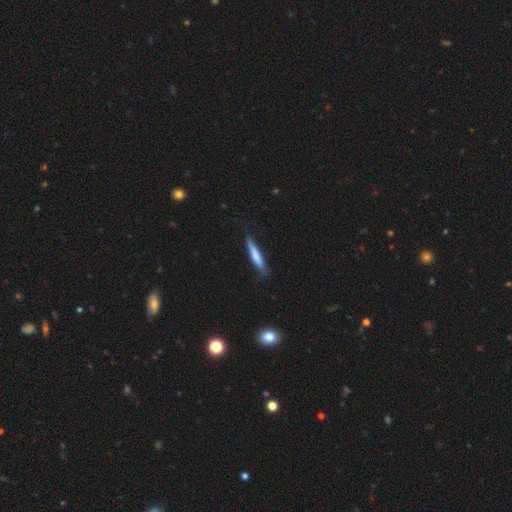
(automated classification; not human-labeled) Q: Smooth or featured?
A: smooth (74%); runner-up: featured or disk (20%)
Q: How rounded?
A: cigar-shaped (90%); runner-up: in between (8%)
Q: Merging?
A: none (81%); runner-up: minor disturbance (15%)